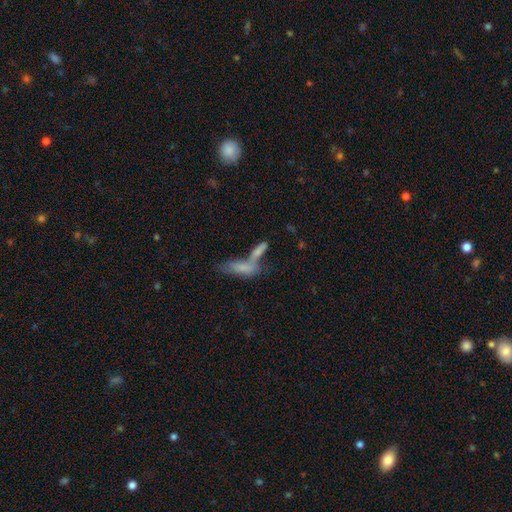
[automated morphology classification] Smooth or featured? smooth (57%)
How rounded? cigar-shaped (55%)
Merging? merger (54%)